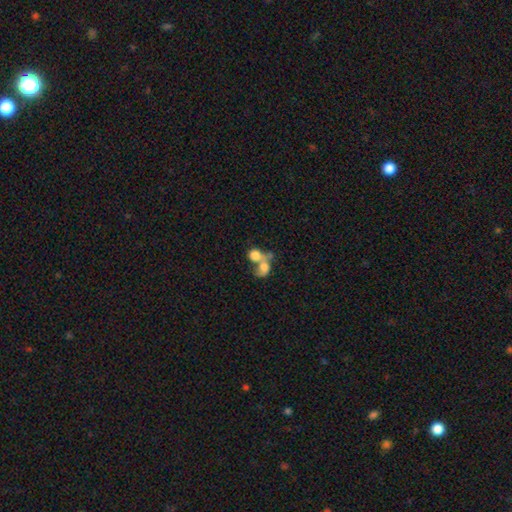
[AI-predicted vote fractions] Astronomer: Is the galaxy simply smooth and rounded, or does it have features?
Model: smooth — 70%.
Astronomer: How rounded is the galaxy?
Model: round — 60% (runner-up: in between, 39%).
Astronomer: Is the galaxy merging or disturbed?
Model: merger — 71%.